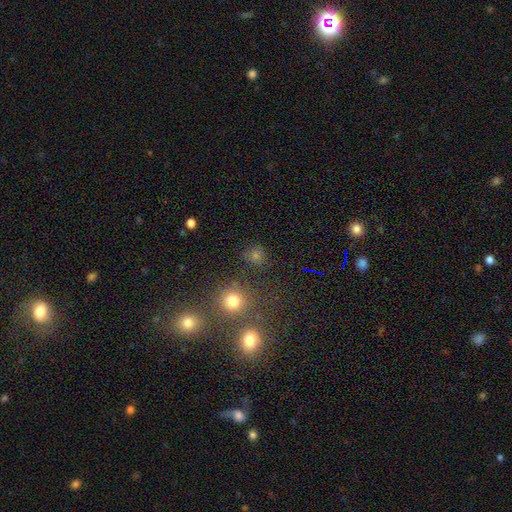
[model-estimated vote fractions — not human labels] The model was most divided on "smooth or featured": smooth: 66%, star or artifact: 28%, featured or disk: 6%. More confident: how rounded — round (88%); merging — none (81%).